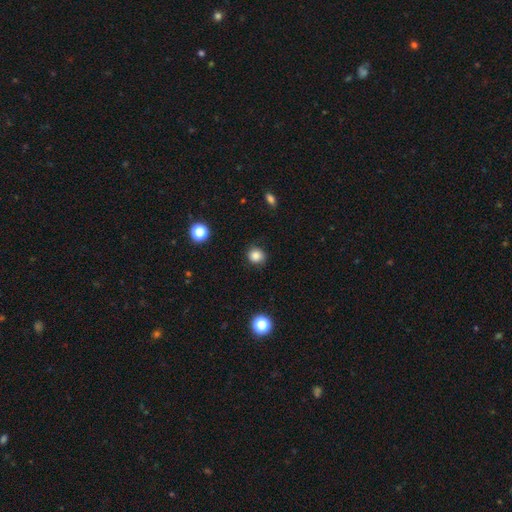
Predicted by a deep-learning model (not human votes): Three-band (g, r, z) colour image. It shows a smooth galaxy with no disk features (83%) that is round (85%). Merging: none (83%).